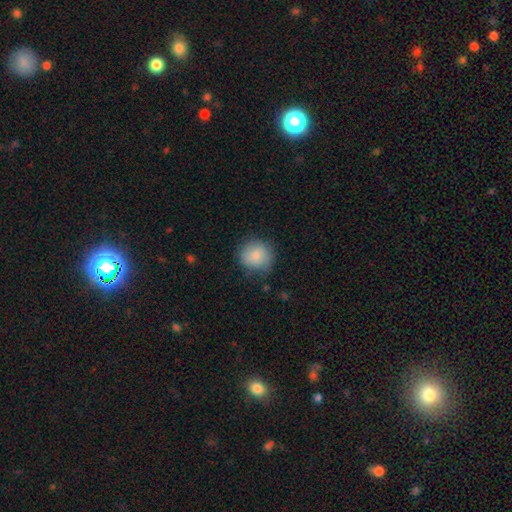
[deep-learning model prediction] Smooth or featured: smooth — 81% (featured or disk — 12%)
How rounded: round — 88% (in between — 11%)
Merging: none — 76% (minor disturbance — 18%)